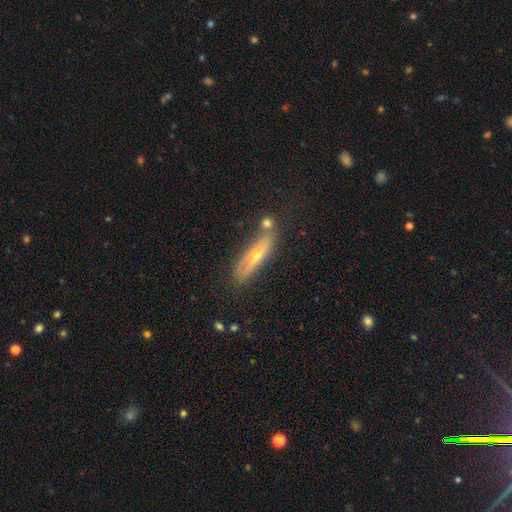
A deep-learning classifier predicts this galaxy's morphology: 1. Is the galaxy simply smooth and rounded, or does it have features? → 51% featured or disk, 40% smooth, 9% star or artifact.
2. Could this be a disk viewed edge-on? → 73% yes, 27% no.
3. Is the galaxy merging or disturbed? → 71% none, 15% minor disturbance, 9% merger, 4% major disturbance.